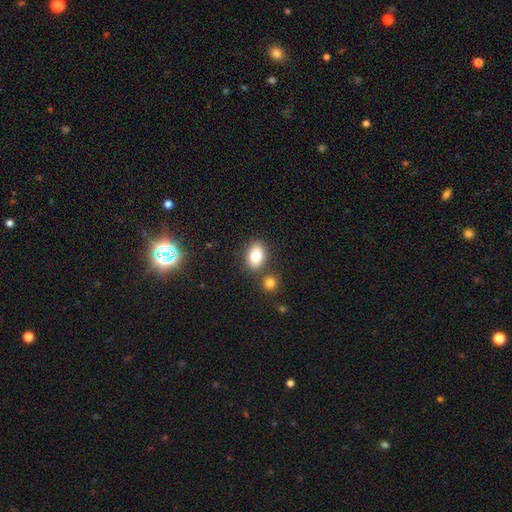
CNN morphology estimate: Smooth or featured?
  - smooth: 80% *
  - featured or disk: 11%
  - star or artifact: 9%
How rounded?
  - in between: 84% *
  - round: 15%
  - cigar-shaped: 2%
Merging?
  - none: 76% *
  - merger: 11%
  - minor disturbance: 10%
  - major disturbance: 3%